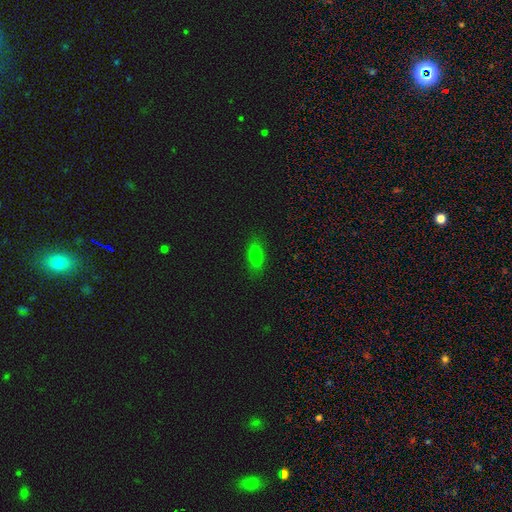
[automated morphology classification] smooth_or_featured: smooth (p=0.75) [alt: featured or disk p=0.13]
how_rounded: in between (p=0.77) [alt: cigar-shaped p=0.16]
merging: none (p=0.85) [alt: minor disturbance p=0.11]